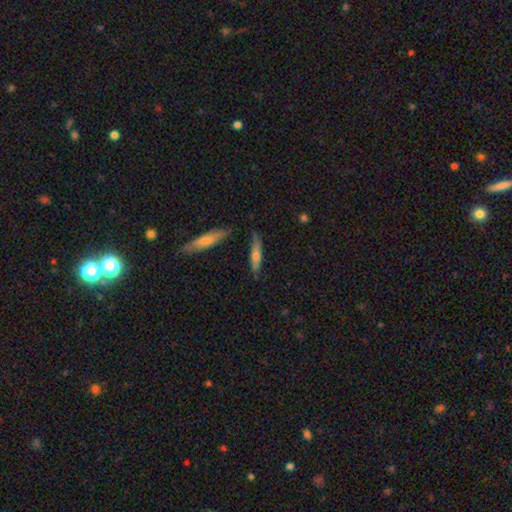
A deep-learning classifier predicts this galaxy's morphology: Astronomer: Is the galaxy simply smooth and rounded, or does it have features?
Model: smooth — 52% (runner-up: featured or disk, 41%).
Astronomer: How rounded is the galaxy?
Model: cigar-shaped — 82%.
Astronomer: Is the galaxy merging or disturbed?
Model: none — 78%.